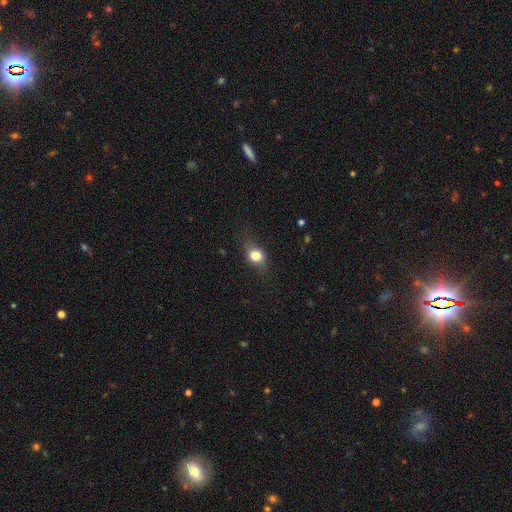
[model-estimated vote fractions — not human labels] Smooth or featured: smooth — 73% (featured or disk — 16%)
How rounded: in between — 52% (round — 44%)
Merging: none — 75% (minor disturbance — 18%)